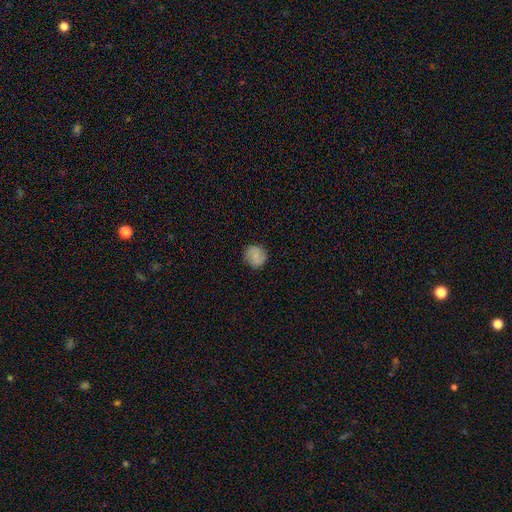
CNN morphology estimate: Smooth or featured? Predicted: smooth (p=0.63). How rounded? Predicted: round (p=0.89). Merging? Predicted: none (p=0.86).